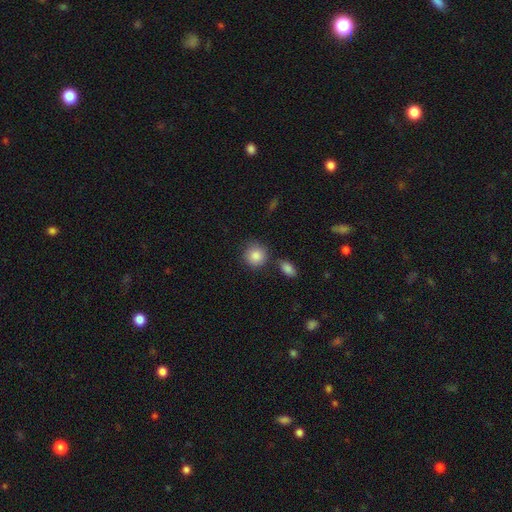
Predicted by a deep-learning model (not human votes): Smooth or featured? Predicted: smooth (p=0.87). How rounded? Predicted: round (p=0.86). Merging? Predicted: none (p=0.74).